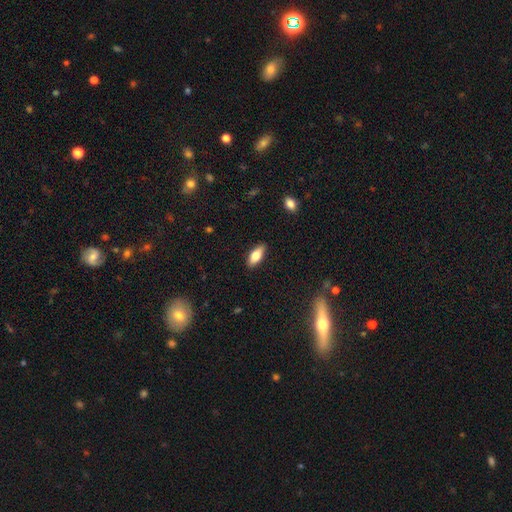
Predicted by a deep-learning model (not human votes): Morphology: type=smooth (73%); roundness=in between (77%); merging=none (87%).